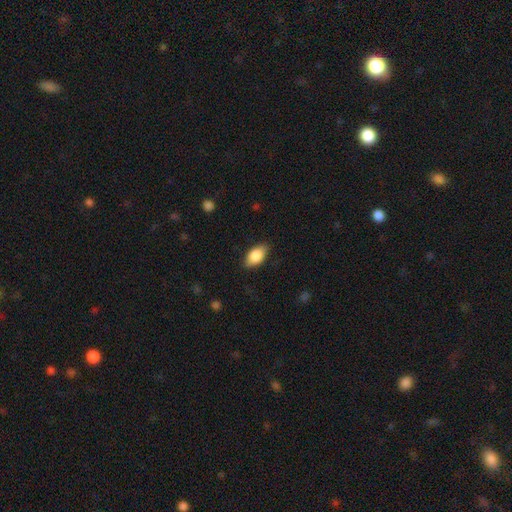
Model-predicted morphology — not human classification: A smooth galaxy with no disk features (83%) that is in between round and cigar-shaped (90%). Merging: none (83%).